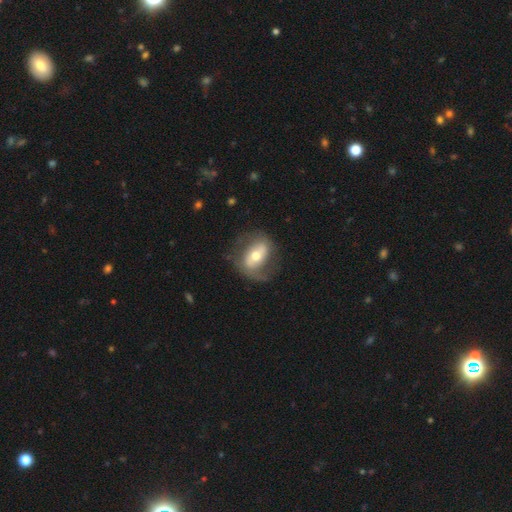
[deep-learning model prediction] This is possibly a featured or disk galaxy (59%). It is clearly not viewed edge-on (93%). Bar: marginally strong (36%). Spiral arm pattern: likely yes (63%). Central bulge: likely moderate (68%). Merging: likely none (64%).